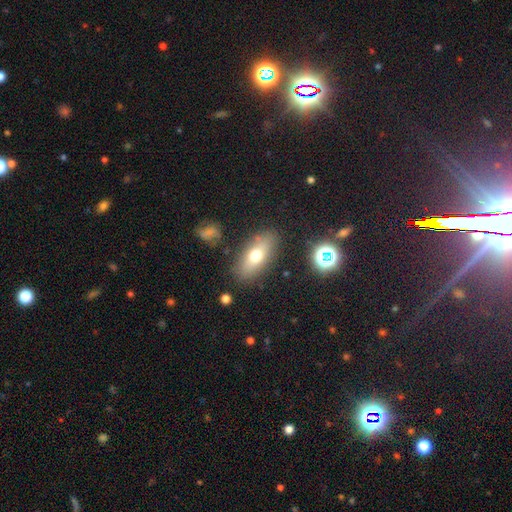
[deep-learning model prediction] smooth_or_featured: smooth (p=0.66) [alt: featured or disk p=0.24]
how_rounded: in between (p=0.79) [alt: cigar-shaped p=0.16]
merging: none (p=0.83) [alt: minor disturbance p=0.11]